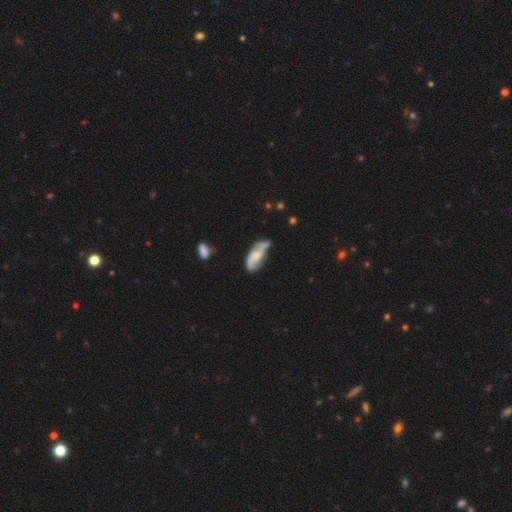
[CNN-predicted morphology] smooth_or_featured: featured or disk (p=0.64) [alt: smooth p=0.29]
disk_edge_on: no (p=0.93) [alt: yes p=0.07]
bar: no (p=0.52) [alt: weak p=0.37]
has_spiral_arms: yes (p=0.89) [alt: no p=0.11]
spiral_winding: loose (p=0.52) [alt: medium p=0.35]
spiral_arm_count: 2 (p=0.83) [alt: can't tell p=0.08]
bulge_size: none (p=0.39) [alt: small p=0.27]
merging: none (p=0.46) [alt: minor disturbance p=0.30]